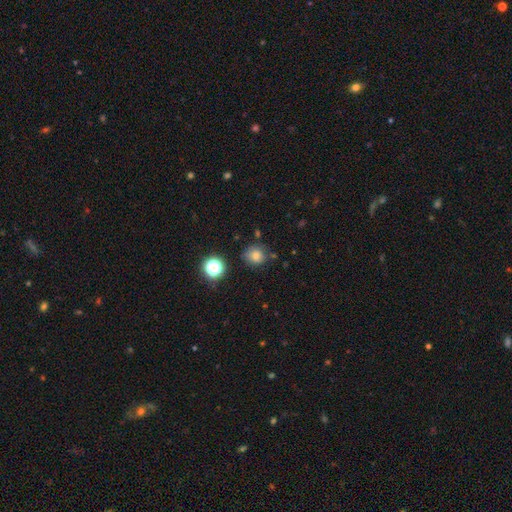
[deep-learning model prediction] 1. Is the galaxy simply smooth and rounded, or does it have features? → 75% smooth, 17% star or artifact, 8% featured or disk.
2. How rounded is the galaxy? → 85% round, 14% in between, 1% cigar-shaped.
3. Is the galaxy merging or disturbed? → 76% none, 15% minor disturbance, 5% merger, 4% major disturbance.